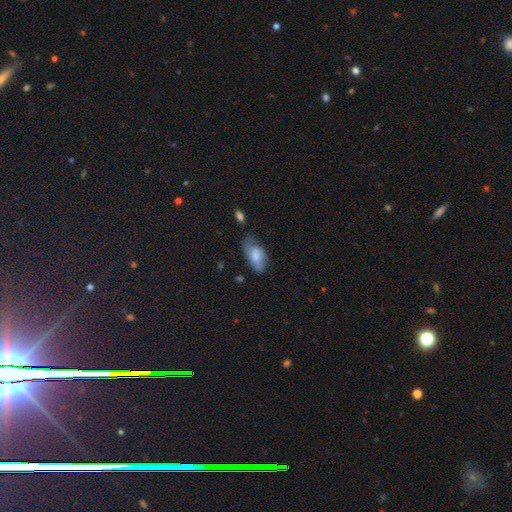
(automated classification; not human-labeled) Morphology: type=smooth (70%); roundness=in between (91%); merging=none (47%).